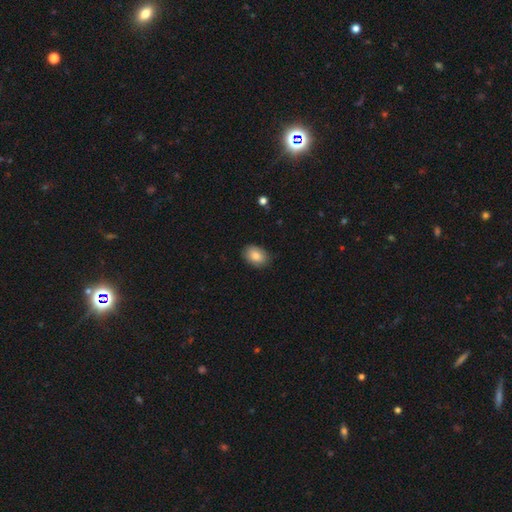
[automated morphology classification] Q: Smooth or featured?
A: smooth (84%); runner-up: featured or disk (9%)
Q: How rounded?
A: in between (80%); runner-up: round (19%)
Q: Merging?
A: none (82%); runner-up: minor disturbance (15%)